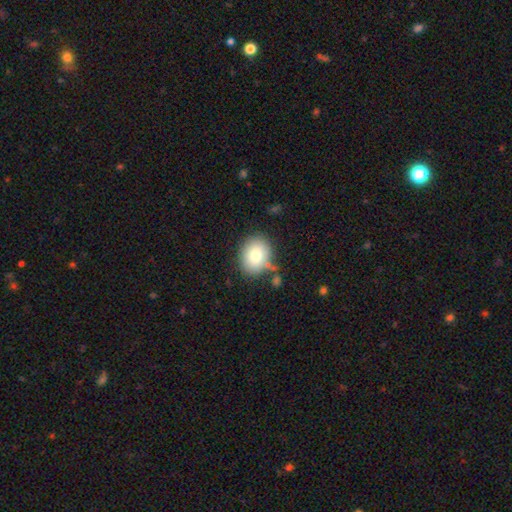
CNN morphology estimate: smooth_or_featured: smooth (p=0.78) [alt: featured or disk p=0.13]
how_rounded: round (p=0.51) [alt: in between p=0.48]
merging: none (p=0.77) [alt: minor disturbance p=0.13]